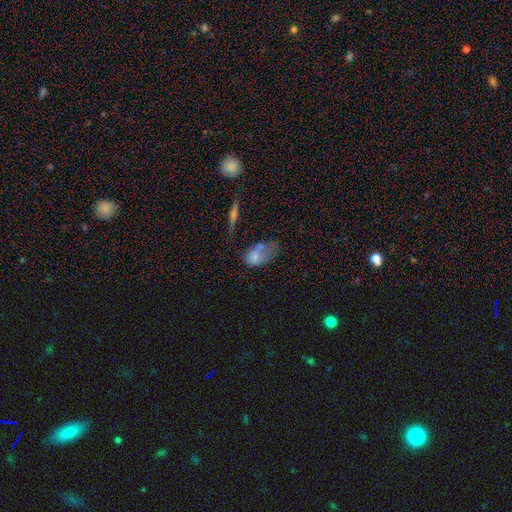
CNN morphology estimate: A smooth galaxy with no disk features (62%) that is in between round and cigar-shaped (87%). Merging: major disturbance (36%).